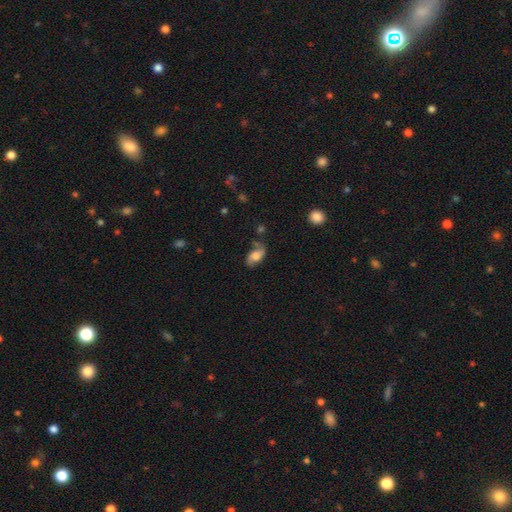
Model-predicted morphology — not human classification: Smooth or featured? Predicted: featured or disk (p=0.52). Edge-on disk? Predicted: no (p=0.92). Merging? Predicted: none (p=0.62).